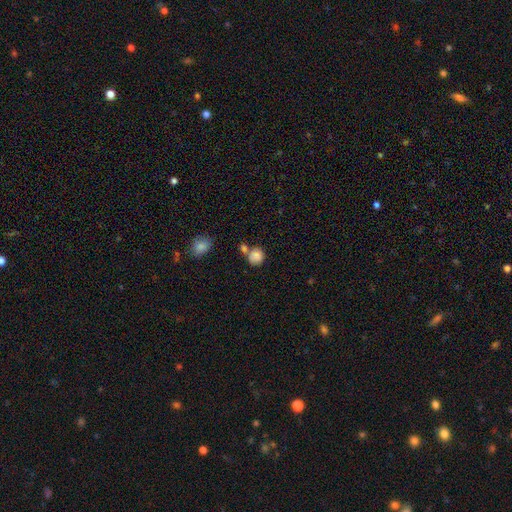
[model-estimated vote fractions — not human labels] A smooth galaxy with no disk features (84%) that is round (80%). Merging: none (51%).